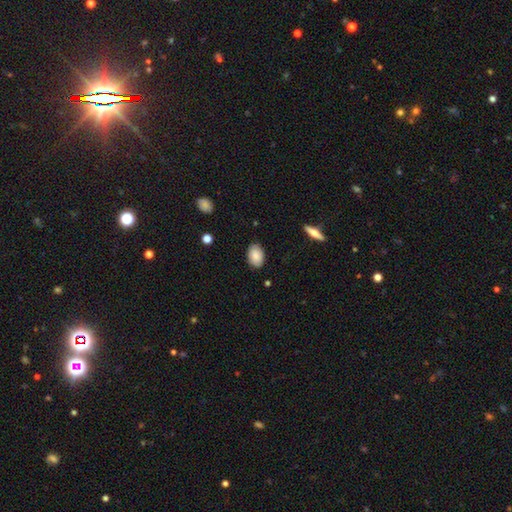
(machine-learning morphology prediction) The model was most divided on "merging": none: 84%, minor disturbance: 13%, major disturbance: 2%, merger: 1%. More confident: how rounded — in between (88%); smooth or featured — smooth (85%).